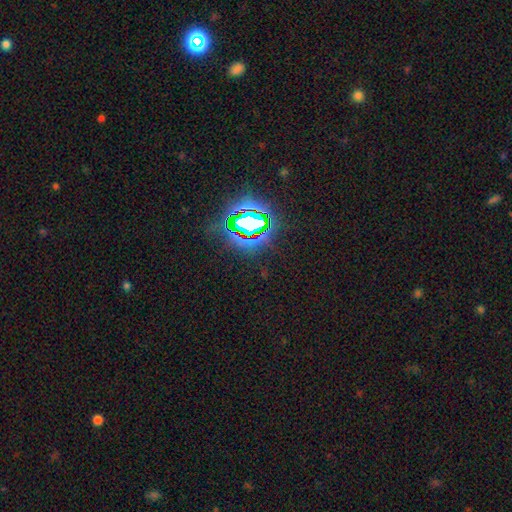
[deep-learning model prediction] smooth-or-featured: star or artifact: 83% | smooth: 10% | featured or disk: 7%